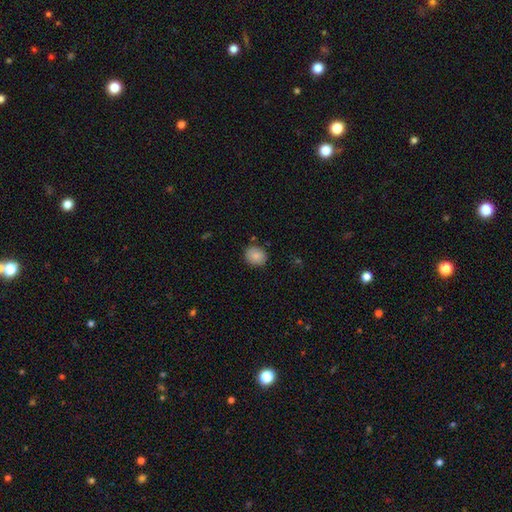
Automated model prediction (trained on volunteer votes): A smooth galaxy with no disk features (84%) that is round (75%). Merging: none (85%).